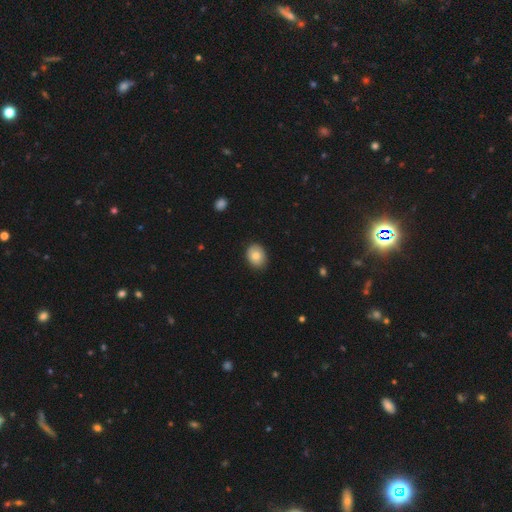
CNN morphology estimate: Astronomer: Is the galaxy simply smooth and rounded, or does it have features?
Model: smooth — 82%.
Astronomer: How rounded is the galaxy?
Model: in between — 60% (runner-up: round, 39%).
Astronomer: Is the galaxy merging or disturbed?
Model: none — 87%.